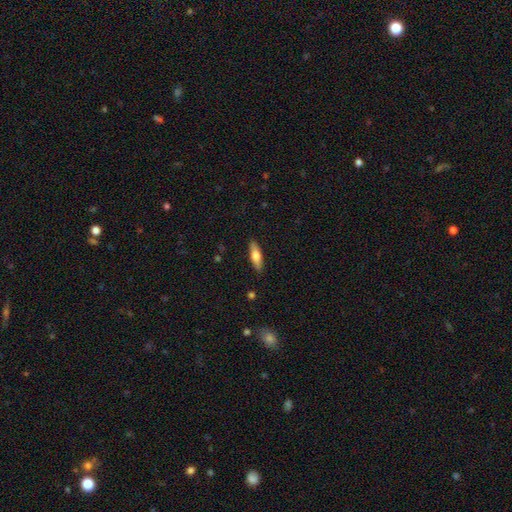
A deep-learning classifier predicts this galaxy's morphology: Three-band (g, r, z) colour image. It shows a smooth galaxy with no disk features (67%) that is cigar-shaped (53%). Merging: none (88%).